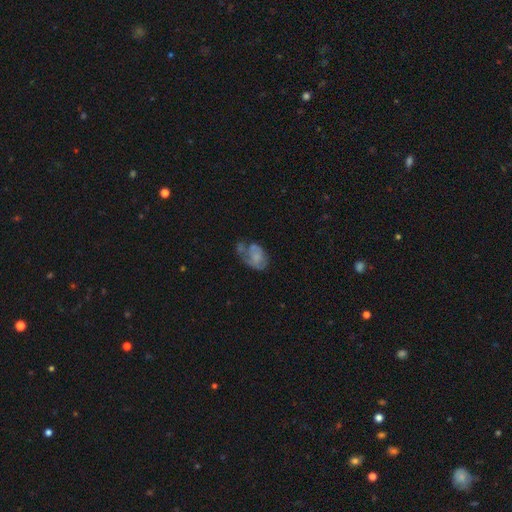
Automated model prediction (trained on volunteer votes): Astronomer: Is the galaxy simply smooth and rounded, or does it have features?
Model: featured or disk — 46% (runner-up: smooth, 44%).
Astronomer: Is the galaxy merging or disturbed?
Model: major disturbance — 28%, tied with none at 28%.